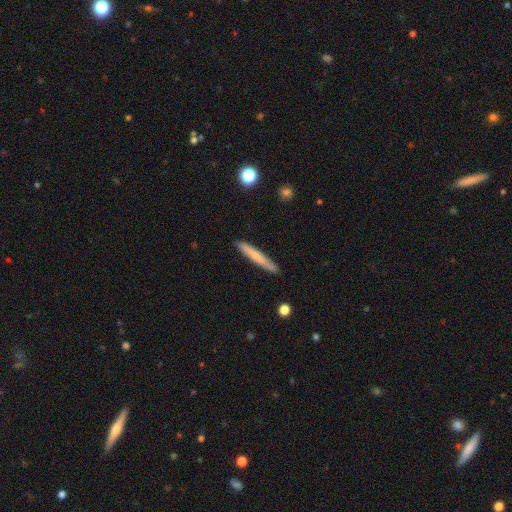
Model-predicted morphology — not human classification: Q: Smooth or featured?
A: smooth (65%); runner-up: featured or disk (30%)
Q: How rounded?
A: cigar-shaped (96%); runner-up: in between (3%)
Q: Merging?
A: none (90%); runner-up: minor disturbance (8%)